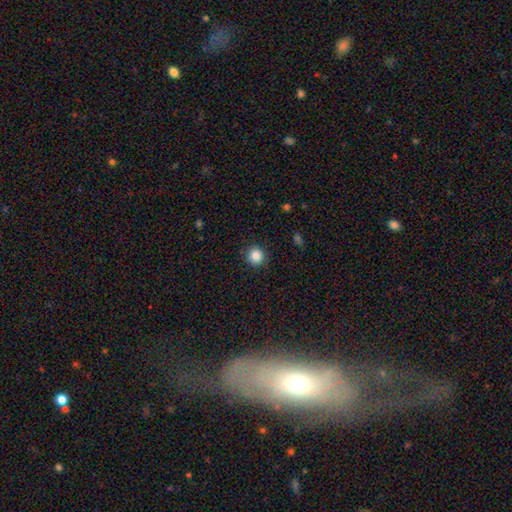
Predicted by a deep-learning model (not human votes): Smooth or featured? smooth (86%)
How rounded? round (94%)
Merging? none (90%)